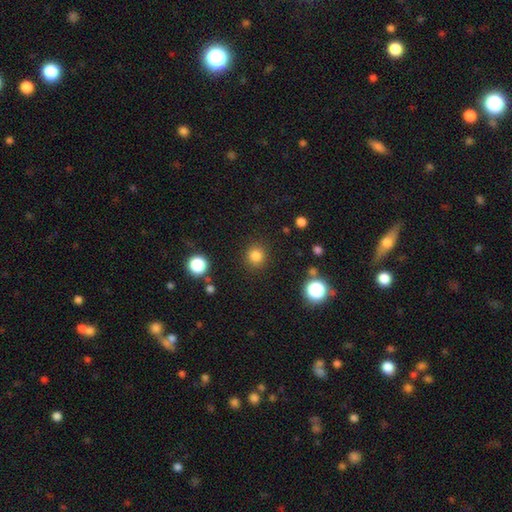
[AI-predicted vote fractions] The model was most divided on "smooth or featured": smooth: 82%, star or artifact: 14%, featured or disk: 4%. More confident: how rounded — round (92%); merging — none (89%).